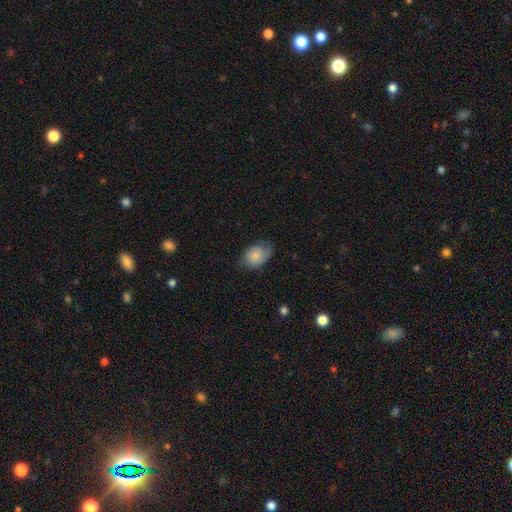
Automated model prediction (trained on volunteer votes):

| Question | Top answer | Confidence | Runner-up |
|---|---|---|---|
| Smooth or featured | smooth | 74% | featured or disk (19%) |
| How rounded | in between | 80% | round (19%) |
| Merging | none | 63% | minor disturbance (28%) |